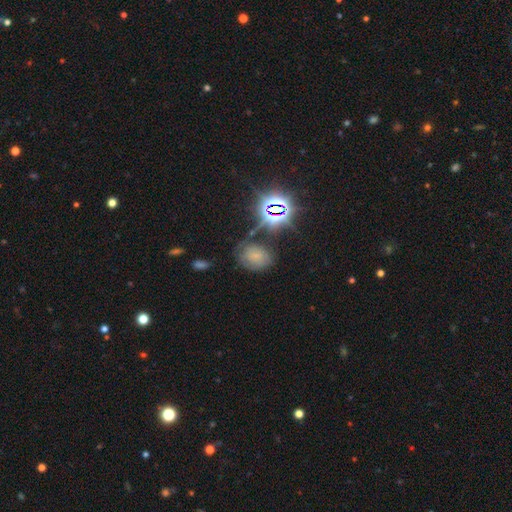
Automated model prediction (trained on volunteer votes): Smooth or featured? Predicted: smooth (p=0.48). Merging? Predicted: none (p=0.64).